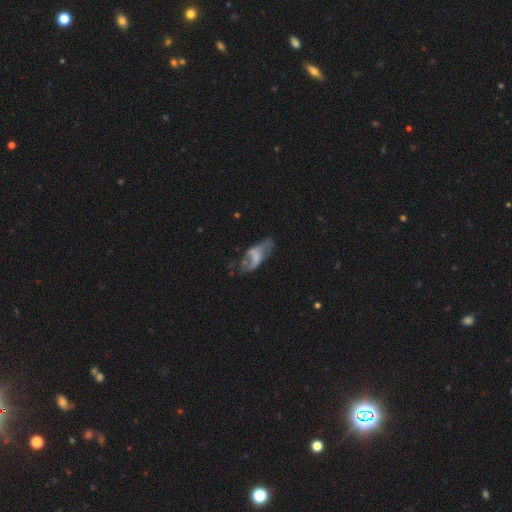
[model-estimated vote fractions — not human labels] A featured or disk galaxy (56%) with no bar (49%), spiral arms (55%) and no central bulge (57%).

Vote fractions:
- Smooth or featured? featured or disk: 56% / smooth: 35% / star or artifact: 9%
- Edge-on disk? no: 91% / yes: 9%
- Bar? no: 49% / weak: 34% / strong: 17%
- Spiral arms? yes: 55% / no: 45%
- Bulge size? none: 57% / small: 21% / moderate: 14% / large: 7% / dominant: 2%
- Merging? none: 41% / major disturbance: 28% / minor disturbance: 25% / merger: 6%